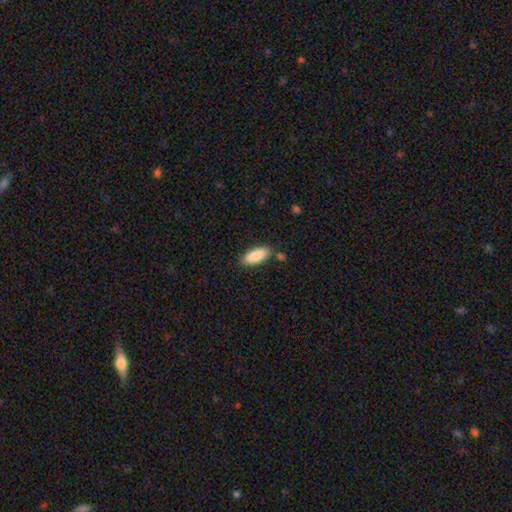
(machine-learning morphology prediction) Q: Smooth or featured?
A: smooth (88%); runner-up: featured or disk (6%)
Q: How rounded?
A: in between (78%); runner-up: cigar-shaped (20%)
Q: Merging?
A: none (82%); runner-up: minor disturbance (11%)